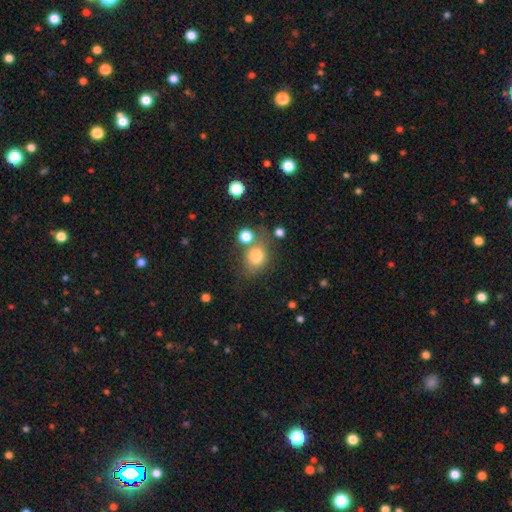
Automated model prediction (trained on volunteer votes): Overall: smooth (78%). How rounded: in between (50%; round 49%). Merging: none (56%; merger 18%).